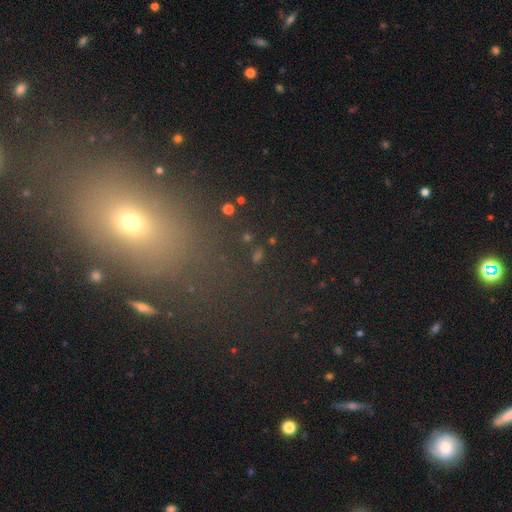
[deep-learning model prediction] Q: Smooth or featured?
A: star or artifact (50%); runner-up: smooth (36%)